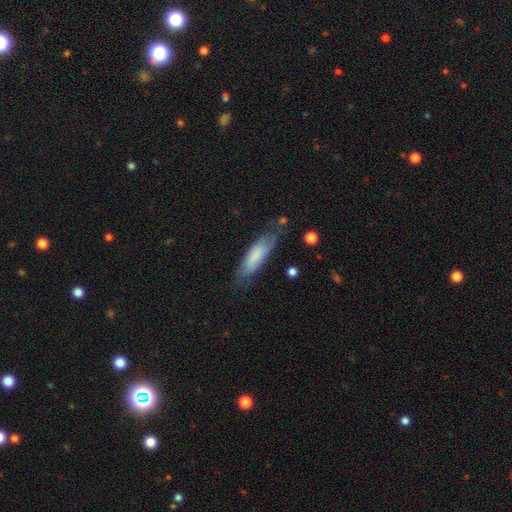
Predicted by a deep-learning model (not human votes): Overall: smooth (72%). How rounded: cigar-shaped (54%; in between 45%). Merging: none (66%).